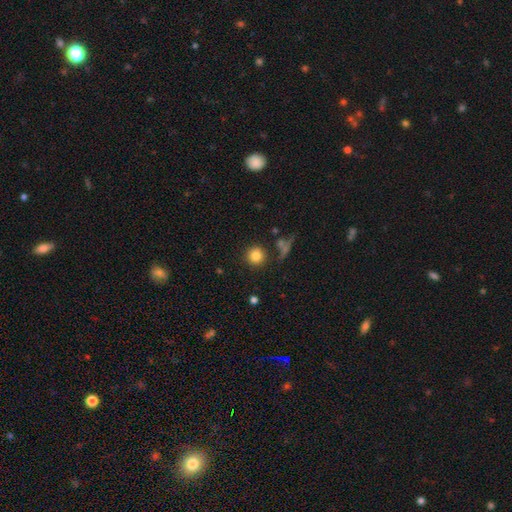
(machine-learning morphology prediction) This appears to be a smooth galaxy with no disk features (82%) that is round (93%). Merging: none (85%).